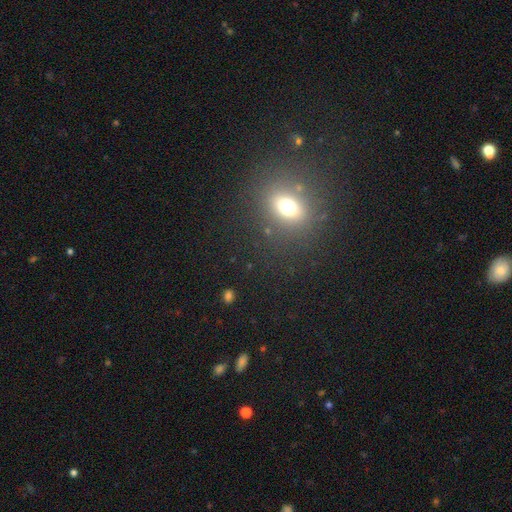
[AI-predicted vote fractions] This is possibly a smooth galaxy (51%). How rounded: likely round (60%). Merging: clearly none (89%).